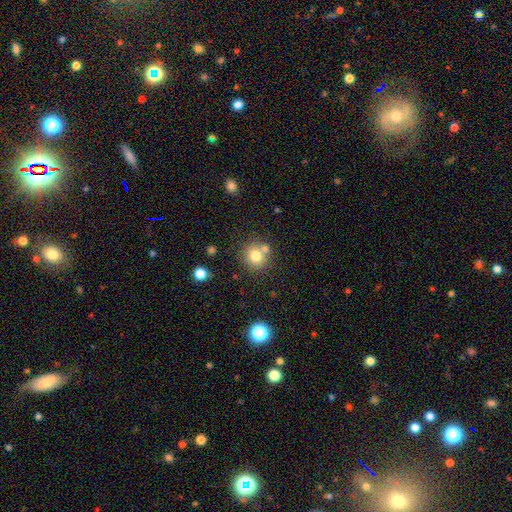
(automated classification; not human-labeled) A smooth galaxy with no disk features (78%) that is round (90%). Merging: none (68%).